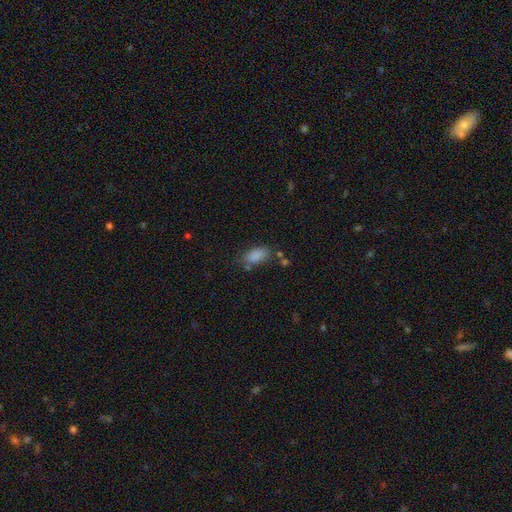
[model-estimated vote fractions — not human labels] Smooth or featured? smooth (86%)
How rounded? in between (90%)
Merging? none (67%)